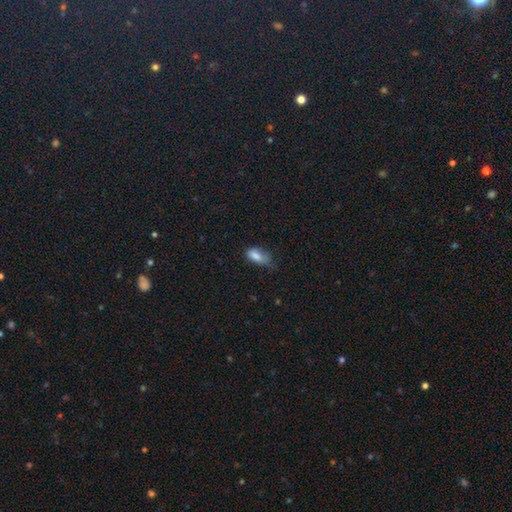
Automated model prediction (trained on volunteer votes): Overall: smooth (81%). How rounded: in between (87%). Merging: minor disturbance (43%; none 37%).